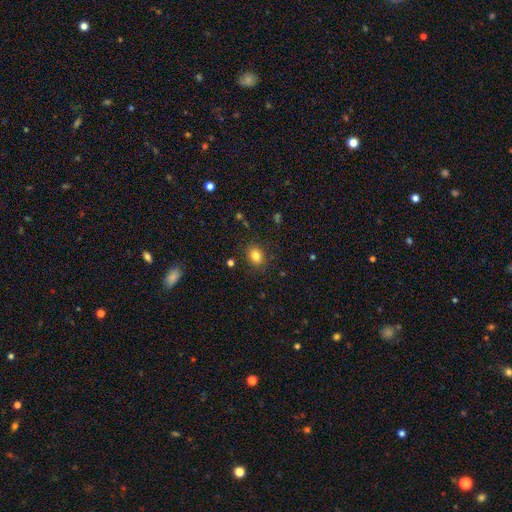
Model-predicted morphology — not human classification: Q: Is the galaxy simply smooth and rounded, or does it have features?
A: smooth — 82%.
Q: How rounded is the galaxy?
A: round — 58%.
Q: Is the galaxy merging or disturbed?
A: none — 86%.